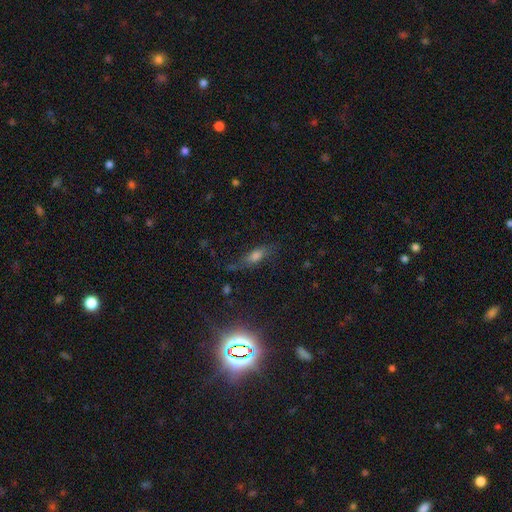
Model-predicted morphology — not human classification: smooth-or-featured: smooth: 50% | featured or disk: 26% | star or artifact: 24%
  how-rounded: in between: 53% | cigar-shaped: 40% | round: 6%
  merging: none: 65% | minor disturbance: 21% | major disturbance: 10% | merger: 3%